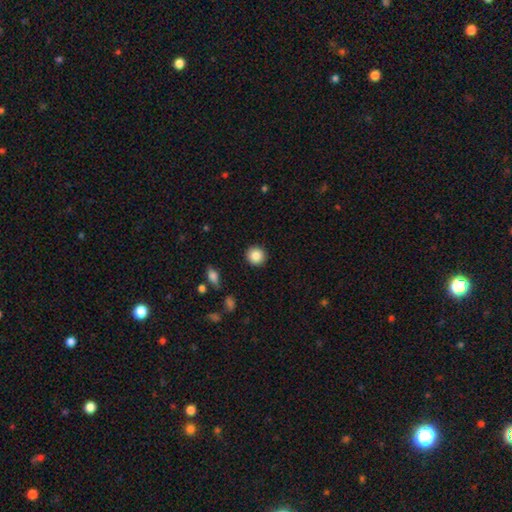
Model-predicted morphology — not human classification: smooth-or-featured: smooth: 87% | star or artifact: 9% | featured or disk: 5%
  how-rounded: round: 92% | in between: 7% | cigar-shaped: 1%
  merging: none: 91% | minor disturbance: 6% | major disturbance: 2% | merger: 1%